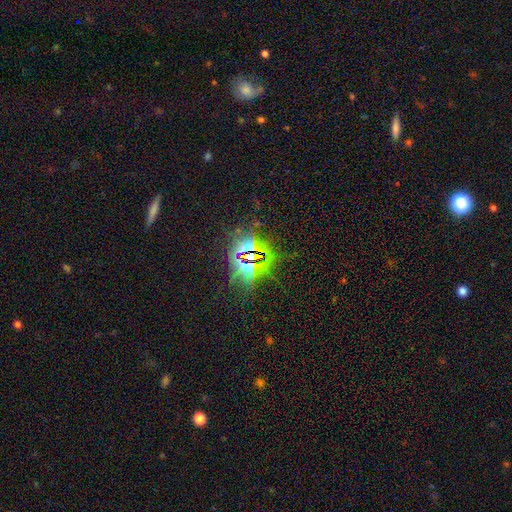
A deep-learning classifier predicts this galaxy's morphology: Smooth or featured? star or artifact (82%)